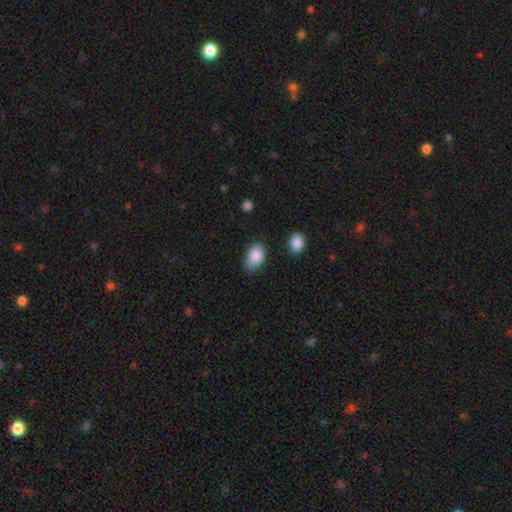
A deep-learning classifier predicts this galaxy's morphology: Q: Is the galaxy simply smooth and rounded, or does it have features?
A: smooth — 87%.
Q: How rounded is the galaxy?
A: in between — 89%.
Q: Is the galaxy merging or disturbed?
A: none — 70%.